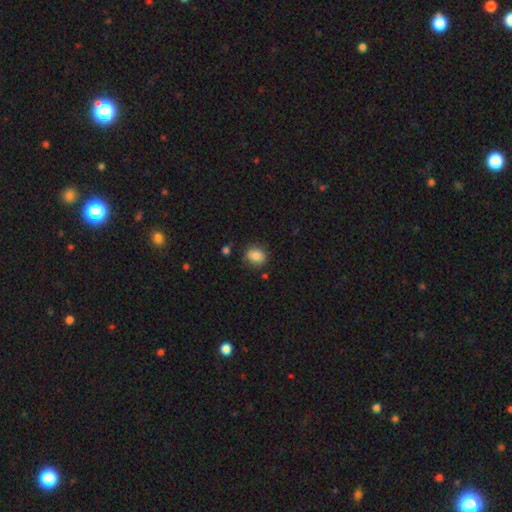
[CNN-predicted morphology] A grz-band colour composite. It shows a smooth galaxy with no disk features (85%) that is round (61%). Merging: none (83%).